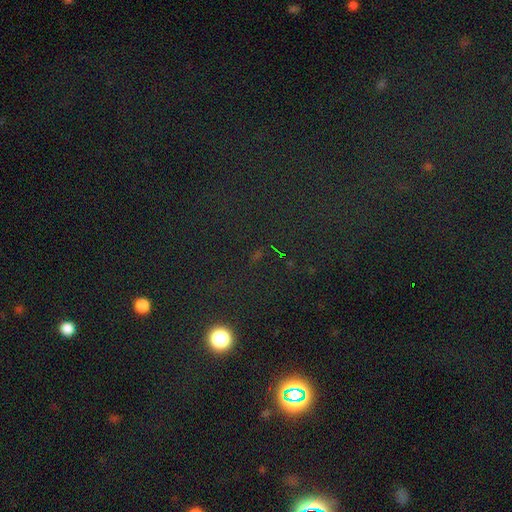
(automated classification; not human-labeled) This appears to be a star or artifact, not a galaxy (71%).